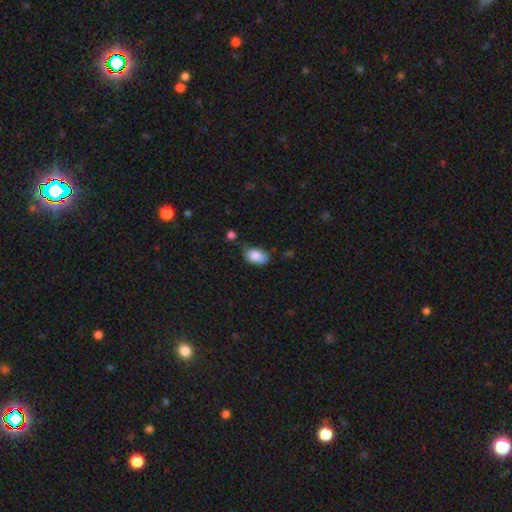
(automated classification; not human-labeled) A smooth galaxy with no disk features (86%) that is in between round and cigar-shaped (91%). Merging: none (63%).